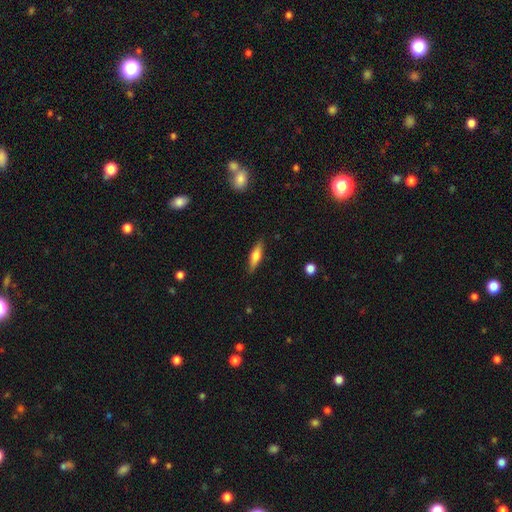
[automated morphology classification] Smooth or featured? Predicted: smooth (p=0.58). How rounded? Predicted: cigar-shaped (p=0.61). Merging? Predicted: none (p=0.87).